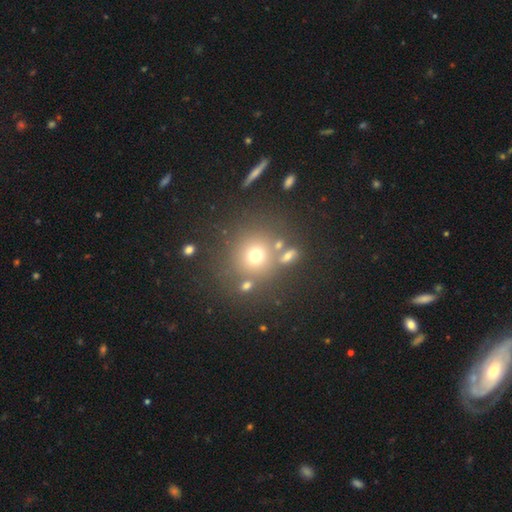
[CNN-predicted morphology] Smooth or featured: smooth — 70% (star or artifact — 19%)
How rounded: round — 88% (in between — 11%)
Merging: none — 71% (merger — 13%)